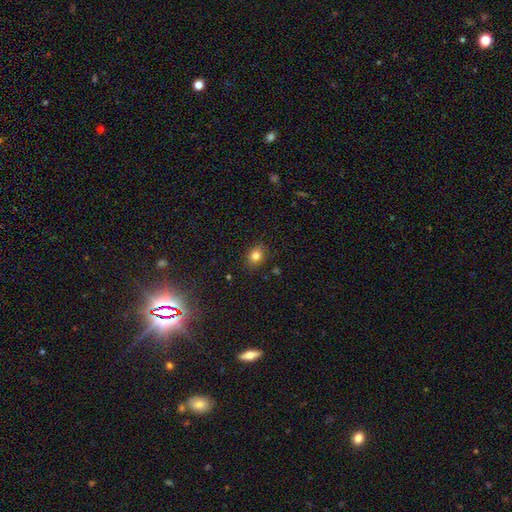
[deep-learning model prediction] Morphology: type=smooth (81%); roundness=in between (51%); merging=none (85%).